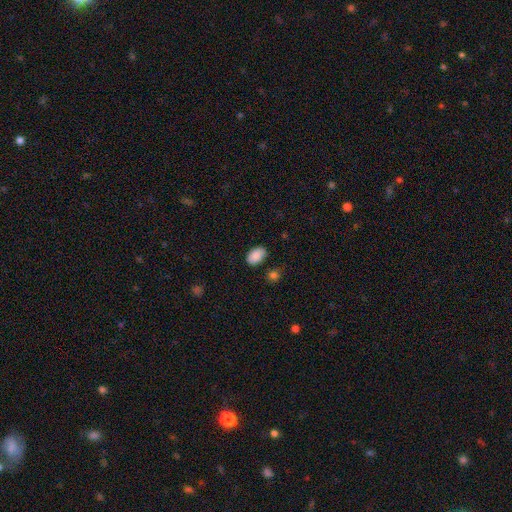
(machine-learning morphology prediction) Overall: smooth (89%). How rounded: in between (92%). Merging: none (82%).